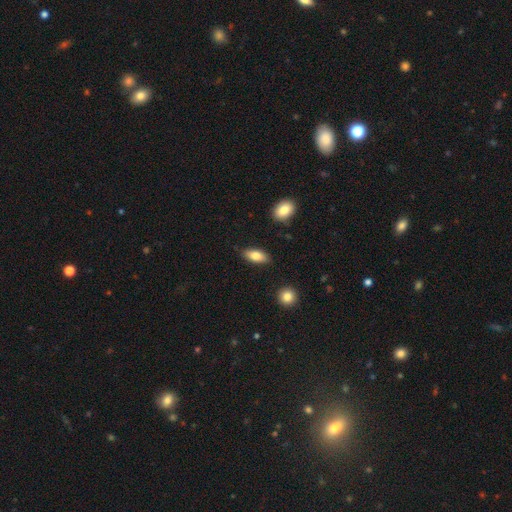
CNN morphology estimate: This appears to be a smooth galaxy with no disk features (80%) that is in between round and cigar-shaped (86%). Merging: none (85%).